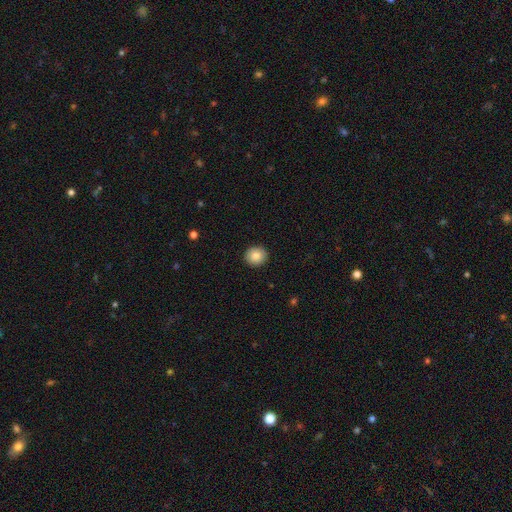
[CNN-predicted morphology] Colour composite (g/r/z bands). It shows a smooth galaxy with no disk features (84%) that is round (89%). Merging: none (93%).